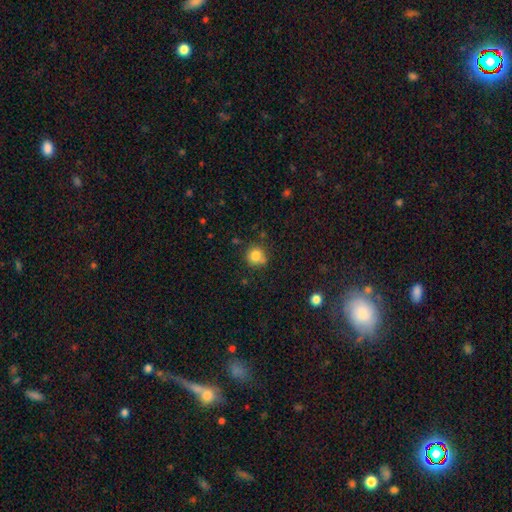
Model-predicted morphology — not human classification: Smooth or featured? smooth (82%)
How rounded? round (89%)
Merging? none (71%)